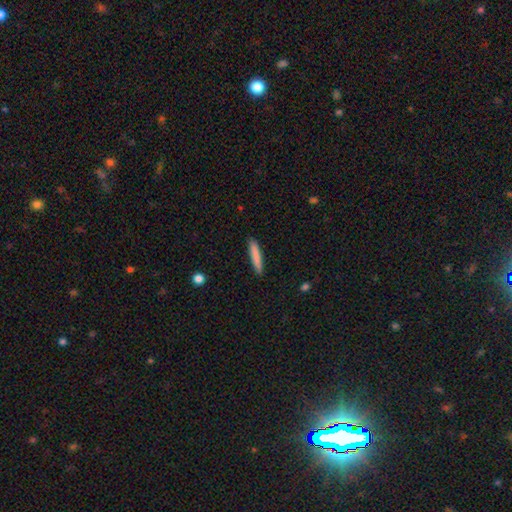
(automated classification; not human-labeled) This is clearly a smooth galaxy (82%). How rounded: clearly cigar-shaped (92%). Merging: clearly none (89%).